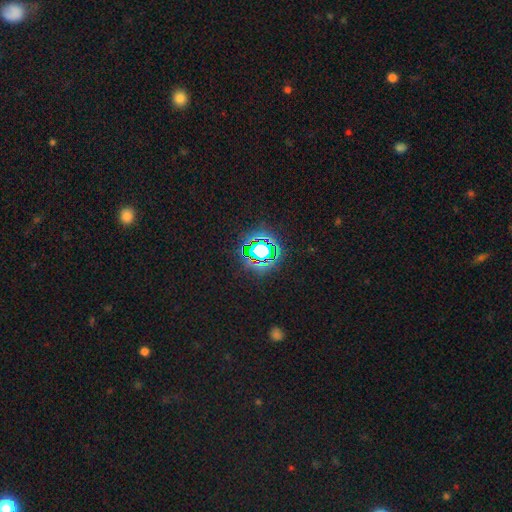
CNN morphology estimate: smooth_or_featured: star or artifact (p=0.71) [alt: smooth p=0.19]